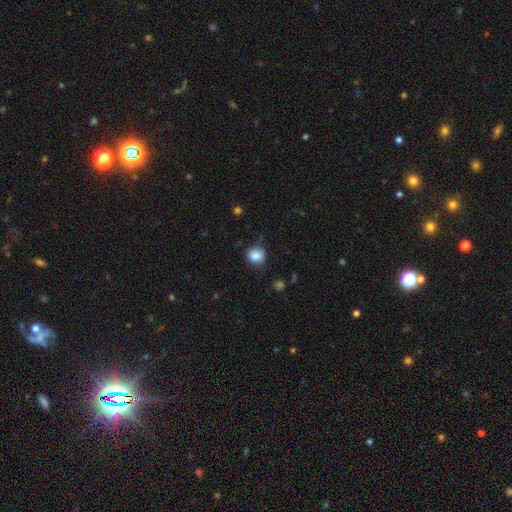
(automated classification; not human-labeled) The model was most divided on "merging": none: 74%, minor disturbance: 19%, major disturbance: 4%, merger: 2%. More confident: how rounded — round (85%); smooth or featured — smooth (84%).